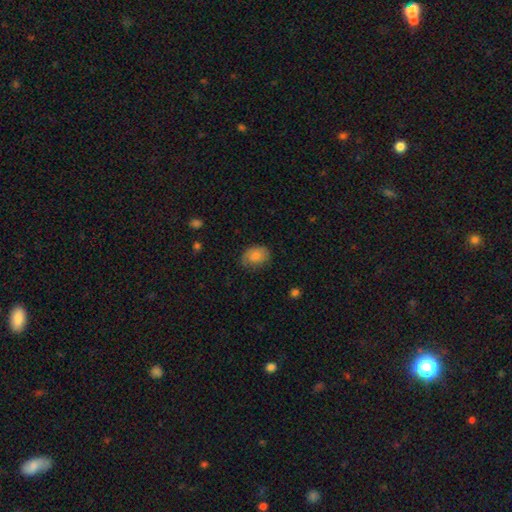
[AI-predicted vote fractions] Smooth or featured? smooth (77%)
How rounded? in between (72%)
Merging? none (72%)